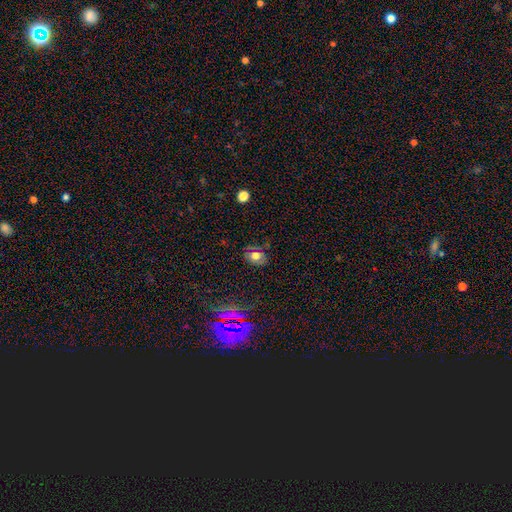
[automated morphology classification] This is likely a smooth galaxy (63%). How rounded: likely in between (63%). Merging: likely none (77%).